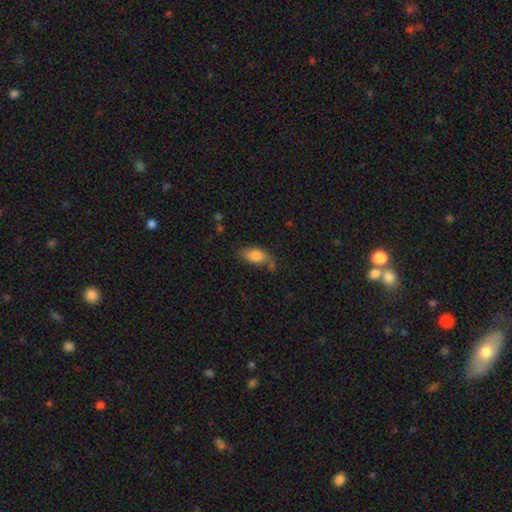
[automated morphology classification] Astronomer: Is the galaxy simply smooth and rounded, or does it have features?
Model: smooth — 78%.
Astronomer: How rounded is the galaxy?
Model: in between — 87%.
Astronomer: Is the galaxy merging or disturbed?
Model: none — 49% (runner-up: minor disturbance, 30%).